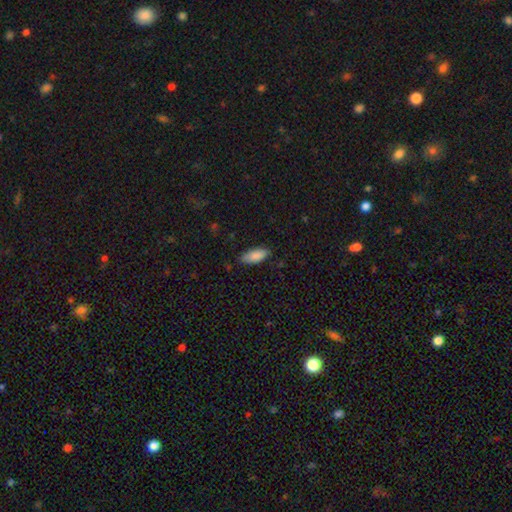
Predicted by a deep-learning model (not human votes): smooth-or-featured: smooth: 88% | star or artifact: 6% | featured or disk: 6%
  how-rounded: in between: 82% | cigar-shaped: 16% | round: 2%
  merging: none: 82% | minor disturbance: 14% | major disturbance: 2% | merger: 1%